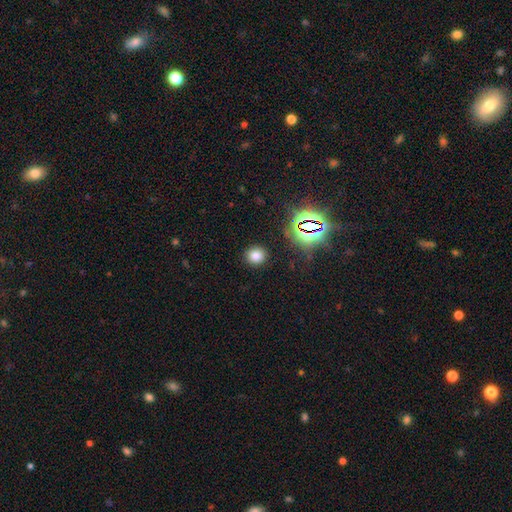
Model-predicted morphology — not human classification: Overall: smooth (75%). How rounded: round (85%). Merging: none (89%).